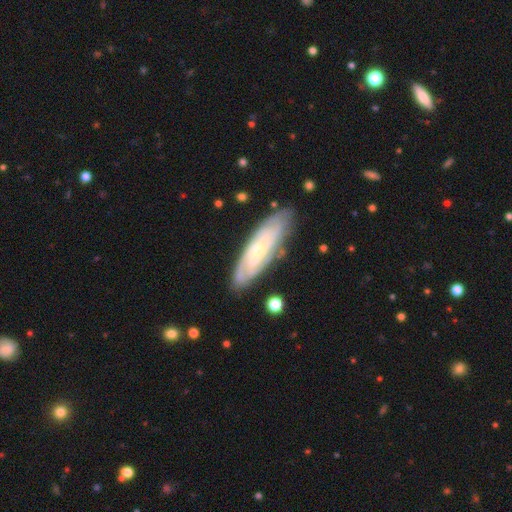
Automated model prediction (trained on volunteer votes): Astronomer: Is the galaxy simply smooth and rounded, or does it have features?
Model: featured or disk — 69%.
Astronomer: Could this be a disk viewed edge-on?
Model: no — 75%.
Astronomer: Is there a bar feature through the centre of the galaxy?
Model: no — 63%.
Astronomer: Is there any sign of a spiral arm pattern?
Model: yes — 83%.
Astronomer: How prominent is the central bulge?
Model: small — 72%.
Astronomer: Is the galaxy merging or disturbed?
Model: none — 79%.